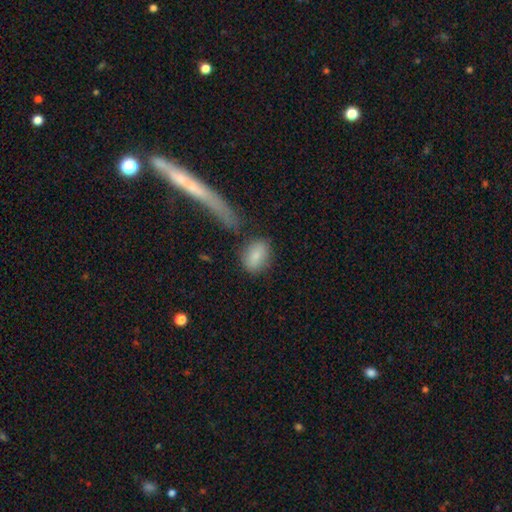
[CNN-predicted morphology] Smooth or featured: smooth — 83% (featured or disk — 10%)
How rounded: in between — 74% (round — 23%)
Merging: none — 72% (minor disturbance — 15%)